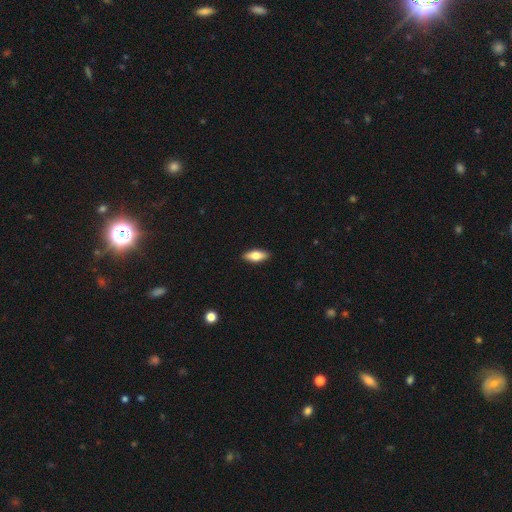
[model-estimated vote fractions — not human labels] Overall: smooth (69%). How rounded: in between (75%). Merging: none (90%).